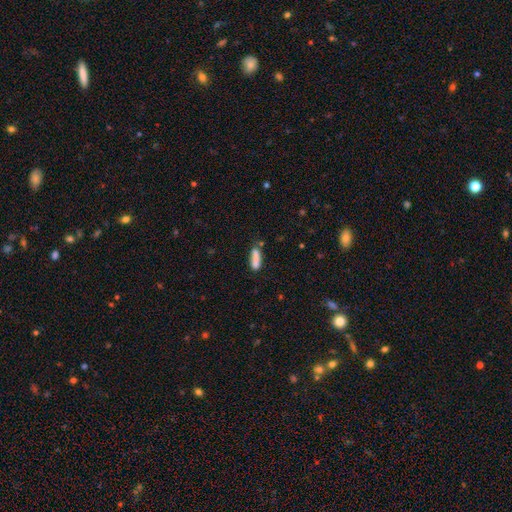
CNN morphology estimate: A smooth galaxy with no disk features (77%) that is cigar-shaped (55%). Merging: none (53%).